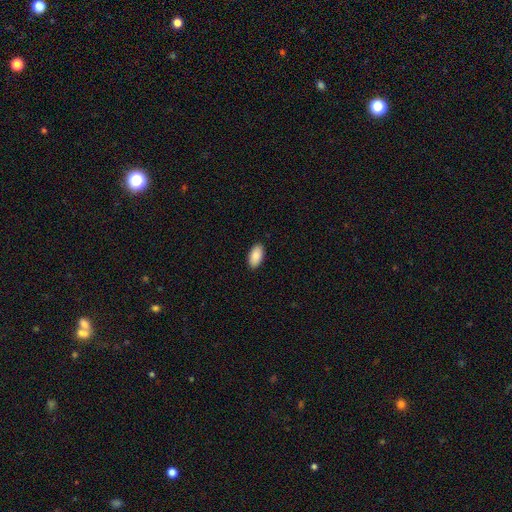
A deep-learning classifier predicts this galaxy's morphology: A smooth galaxy with no disk features (88%) that is in between round and cigar-shaped (95%).

Vote fractions:
- Smooth or featured? smooth: 88% / star or artifact: 6% / featured or disk: 6%
- How rounded? in between: 95% / cigar-shaped: 3% / round: 2%
- Merging? none: 90% / minor disturbance: 8% / major disturbance: 2% / merger: 1%